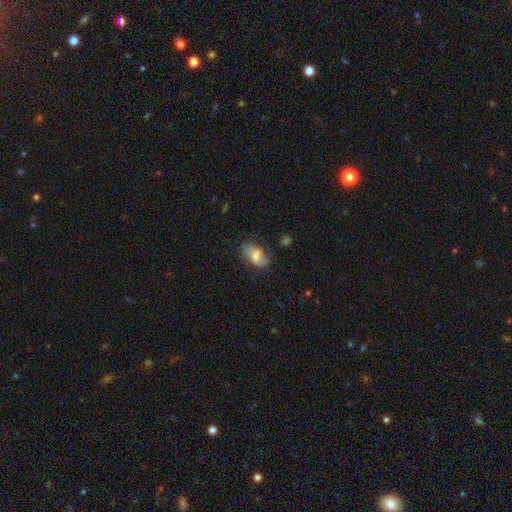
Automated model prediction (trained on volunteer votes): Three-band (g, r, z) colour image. It shows a smooth galaxy with no disk features (69%) that is in between round and cigar-shaped (91%). Merging: none (61%).